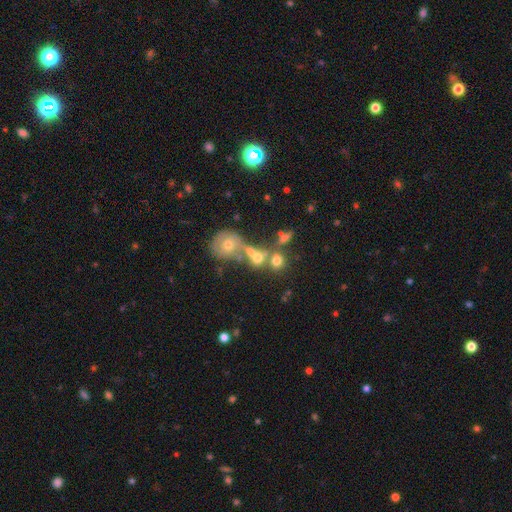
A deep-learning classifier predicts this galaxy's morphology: The model was most divided on "merging": merger: 47%, none: 36%, minor disturbance: 9%, major disturbance: 7%. Remaining: smooth or featured — smooth (50%).